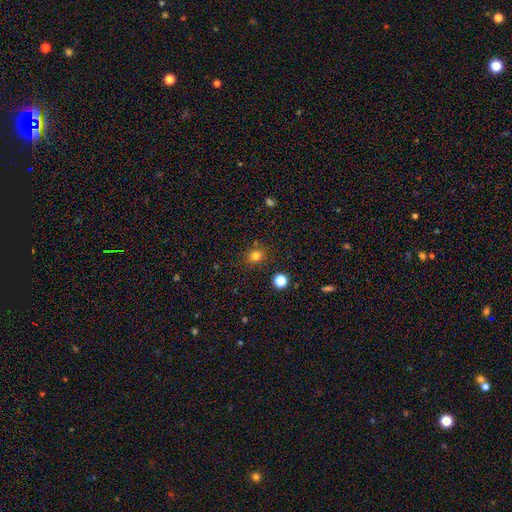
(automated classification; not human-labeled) smooth_or_featured: smooth (p=0.78) [alt: star or artifact p=0.16]
how_rounded: round (p=0.79) [alt: in between p=0.20]
merging: none (p=0.83) [alt: minor disturbance p=0.10]